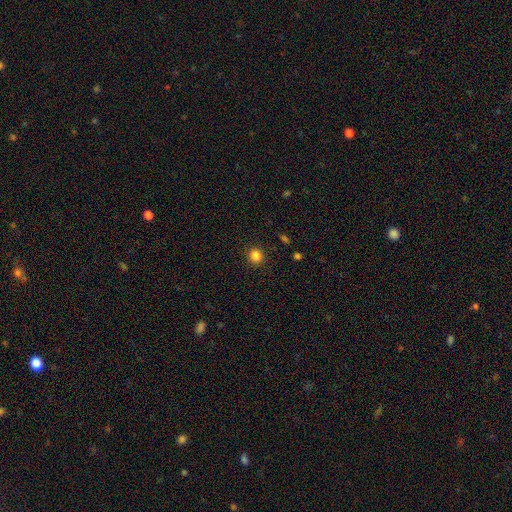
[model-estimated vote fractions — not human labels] This is clearly a smooth galaxy (84%). How rounded: clearly round (88%). Merging: clearly none (91%).